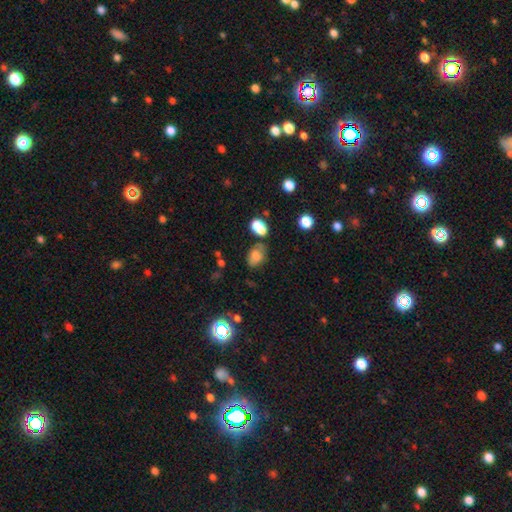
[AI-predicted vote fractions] A smooth galaxy with no disk features (73%) that is in between round and cigar-shaped (80%).

Vote fractions:
- Smooth or featured? smooth: 73% / star or artifact: 14% / featured or disk: 13%
- How rounded? in between: 80% / round: 19% / cigar-shaped: 2%
- Merging? none: 53% / minor disturbance: 22% / merger: 16% / major disturbance: 9%